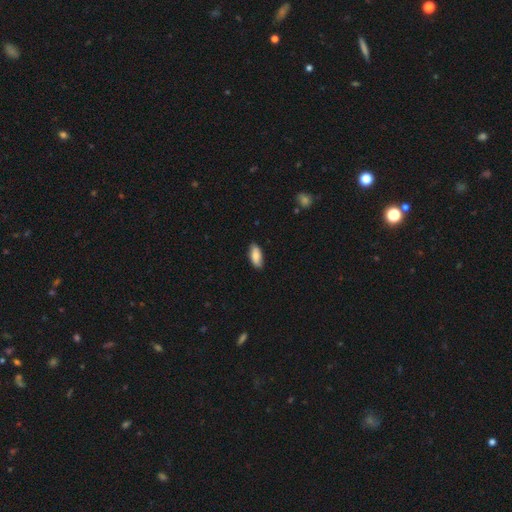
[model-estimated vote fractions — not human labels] Smooth or featured?
  - smooth: 84% *
  - featured or disk: 10%
  - star or artifact: 6%
How rounded?
  - in between: 87% *
  - cigar-shaped: 11%
  - round: 2%
Merging?
  - none: 84% *
  - minor disturbance: 13%
  - major disturbance: 2%
  - merger: 1%